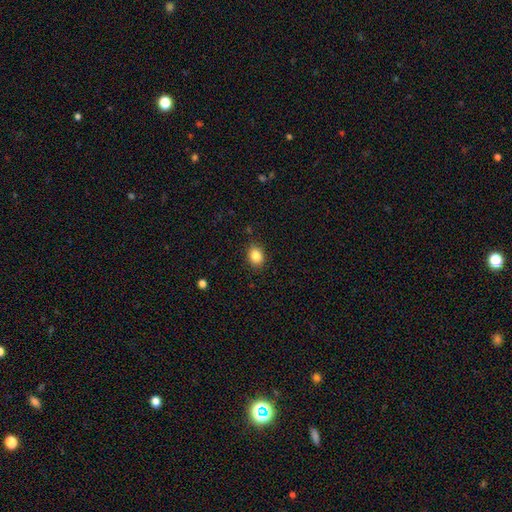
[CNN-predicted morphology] smooth_or_featured: smooth (p=0.86) [alt: star or artifact p=0.10]
how_rounded: in between (p=0.55) [alt: round p=0.44]
merging: none (p=0.87) [alt: minor disturbance p=0.09]